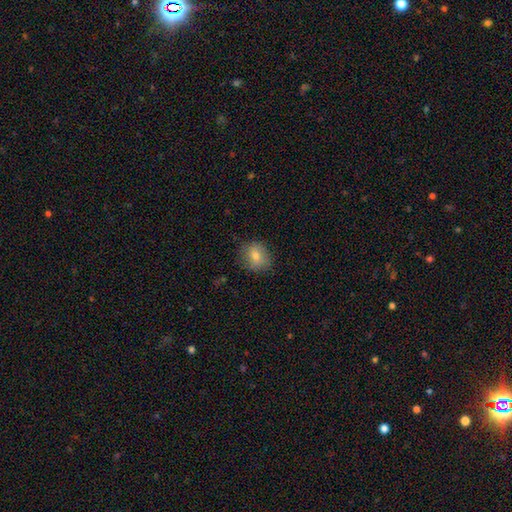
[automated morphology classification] A smooth galaxy with no disk features (72%) that is round (71%). Merging: none (82%).